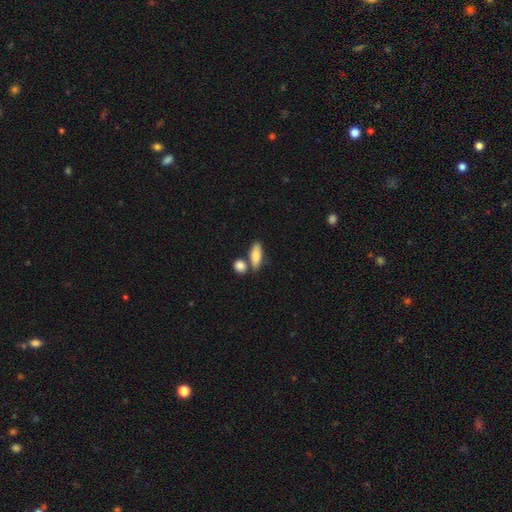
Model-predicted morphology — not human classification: This is likely a smooth galaxy (78%). How rounded: likely in between (70%). Merging: likely none (63%).